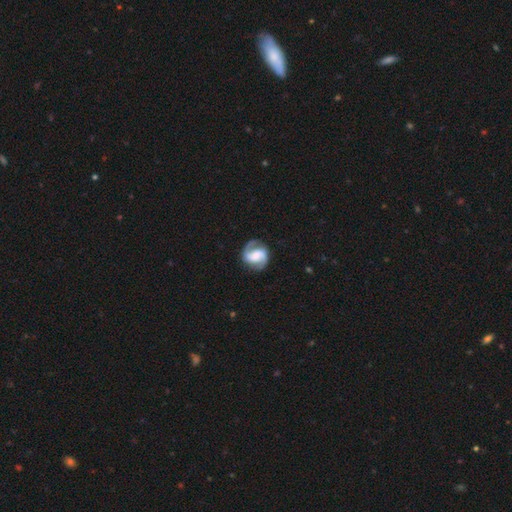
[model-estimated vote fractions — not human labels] Smooth or featured: featured or disk — 85% (smooth — 10%)
Edge-on disk: no — 98% (yes — 2%)
Bar: weak — 44% (no — 30%)
Spiral arms: yes — 97% (no — 3%)
Spiral winding: medium — 52% (tight — 27%)
Spiral arm count: 2 — 92% (can't tell — 3%)
Bulge size: moderate — 36% (small — 31%)
Merging: none — 80% (minor disturbance — 13%)